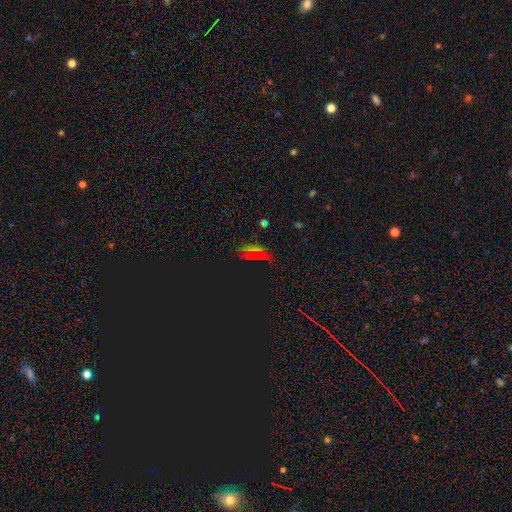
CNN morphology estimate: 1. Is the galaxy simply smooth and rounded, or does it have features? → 50% star or artifact, 40% smooth, 10% featured or disk.